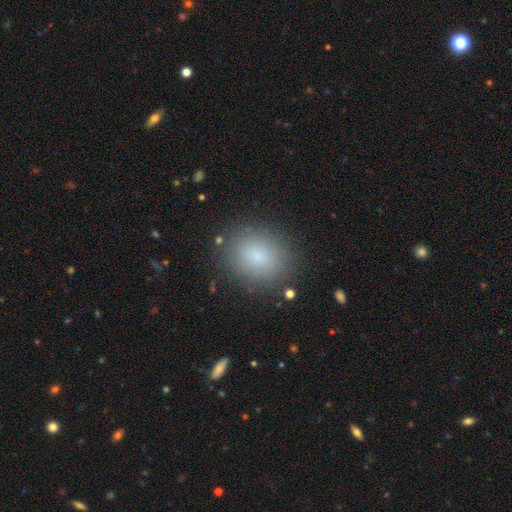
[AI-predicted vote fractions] This is clearly a smooth galaxy (80%). How rounded: possibly round (55%). Merging: clearly none (88%).